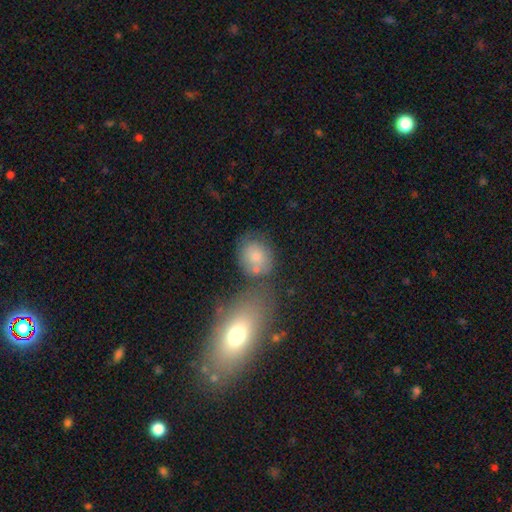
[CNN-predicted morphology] Smooth or featured?
  - smooth: 77% *
  - featured or disk: 14%
  - star or artifact: 9%
How rounded?
  - round: 58% *
  - in between: 41%
  - cigar-shaped: 1%
Merging?
  - none: 51% *
  - merger: 25%
  - minor disturbance: 16%
  - major disturbance: 8%